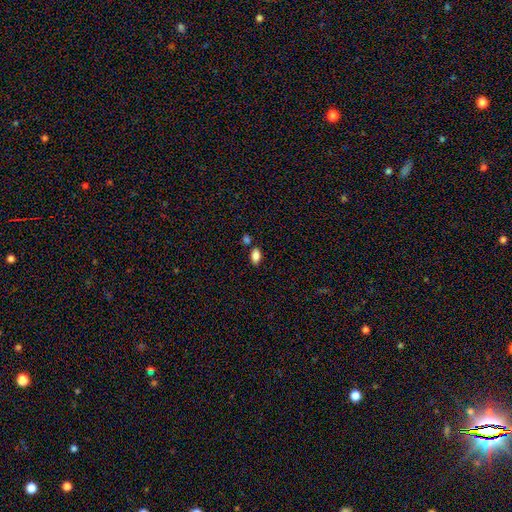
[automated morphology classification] smooth 85%, star or artifact 9%, featured or disk 6%. Down the decision tree: how rounded — in between (89%); merging — none (74%).